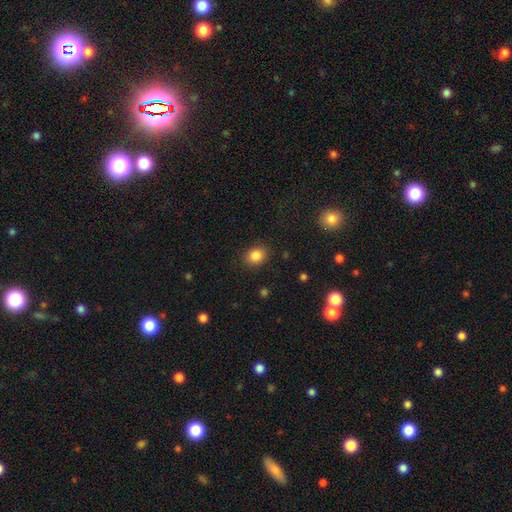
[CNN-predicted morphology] Smooth or featured?
  - smooth: 86% *
  - star or artifact: 10%
  - featured or disk: 4%
How rounded?
  - round: 55% *
  - in between: 44%
  - cigar-shaped: 1%
Merging?
  - none: 87% *
  - minor disturbance: 9%
  - major disturbance: 3%
  - merger: 1%